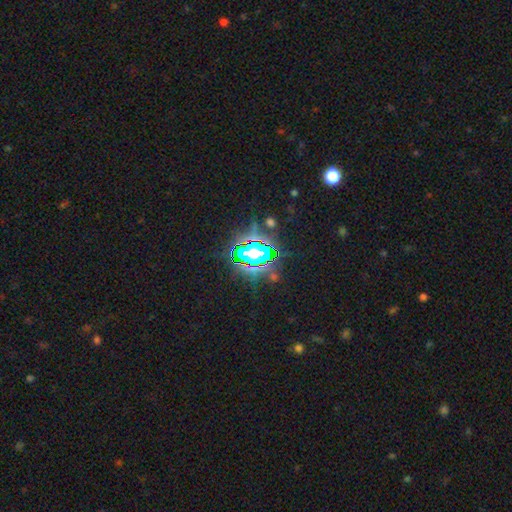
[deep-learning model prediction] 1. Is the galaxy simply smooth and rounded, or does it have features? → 72% star or artifact, 15% smooth, 12% featured or disk.